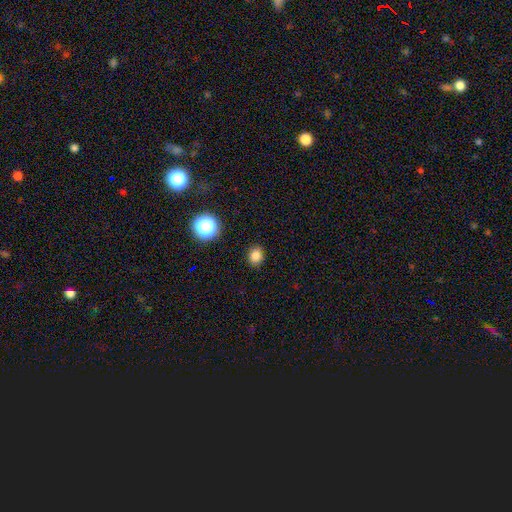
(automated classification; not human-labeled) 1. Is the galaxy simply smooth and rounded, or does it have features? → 82% smooth, 14% star or artifact, 4% featured or disk.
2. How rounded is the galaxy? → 63% round, 36% in between, 1% cigar-shaped.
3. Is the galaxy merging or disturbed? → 88% none, 8% minor disturbance, 2% major disturbance, 1% merger.